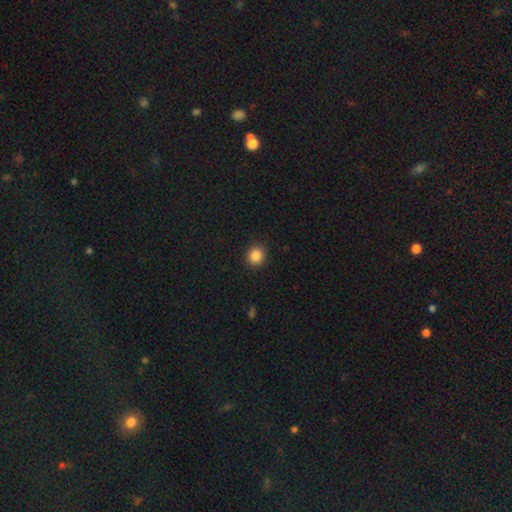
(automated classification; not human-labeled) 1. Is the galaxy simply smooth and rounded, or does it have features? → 86% smooth, 10% star or artifact, 4% featured or disk.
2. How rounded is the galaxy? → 87% round, 12% in between, 1% cigar-shaped.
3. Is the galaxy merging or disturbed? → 90% none, 7% minor disturbance, 2% major disturbance, 1% merger.